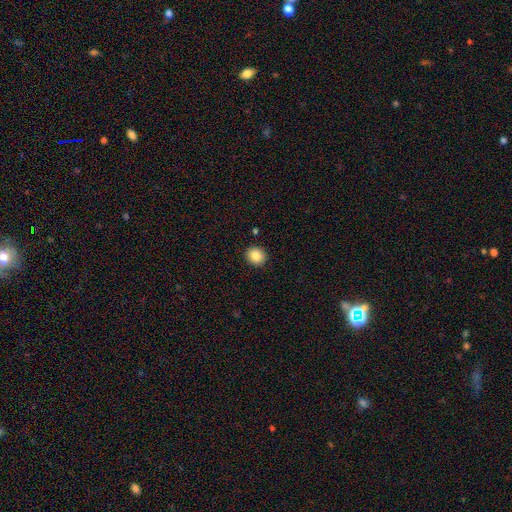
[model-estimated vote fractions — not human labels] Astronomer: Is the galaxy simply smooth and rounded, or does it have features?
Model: smooth — 86%.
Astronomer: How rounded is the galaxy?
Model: round — 81%.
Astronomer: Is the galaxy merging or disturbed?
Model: none — 91%.